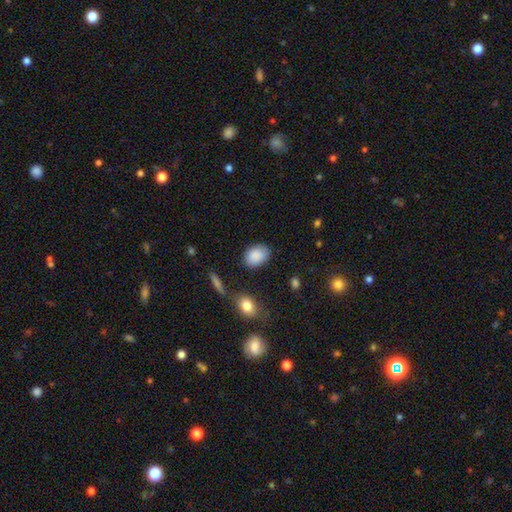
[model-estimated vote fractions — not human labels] Smooth or featured: smooth — 88% (star or artifact — 7%)
How rounded: in between — 80% (round — 19%)
Merging: none — 80% (minor disturbance — 13%)